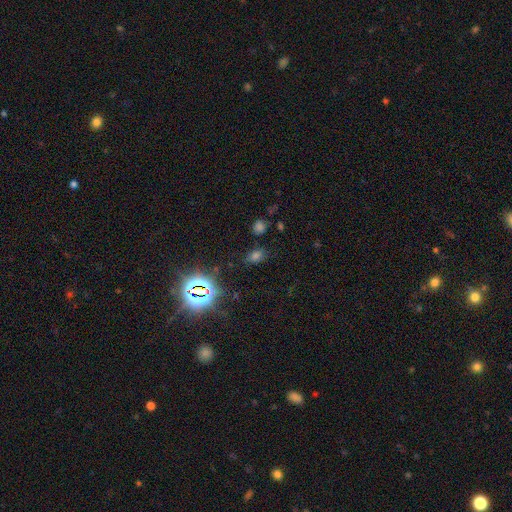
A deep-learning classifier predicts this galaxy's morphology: Smooth or featured? Predicted: smooth (p=0.47). Merging? Predicted: none (p=0.77).